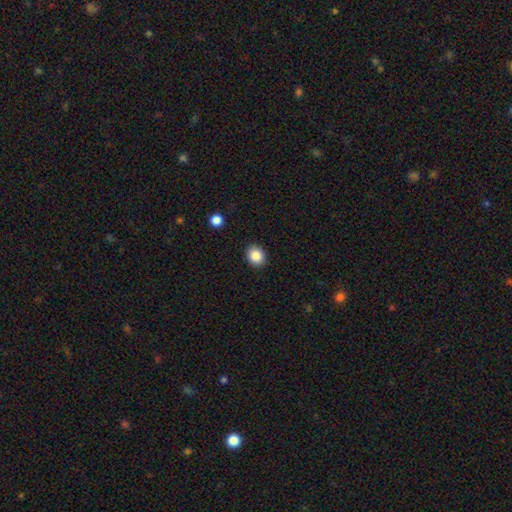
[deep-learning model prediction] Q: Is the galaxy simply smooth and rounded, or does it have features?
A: smooth — 86%.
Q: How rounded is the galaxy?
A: round — 66%.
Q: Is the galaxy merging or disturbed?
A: none — 90%.